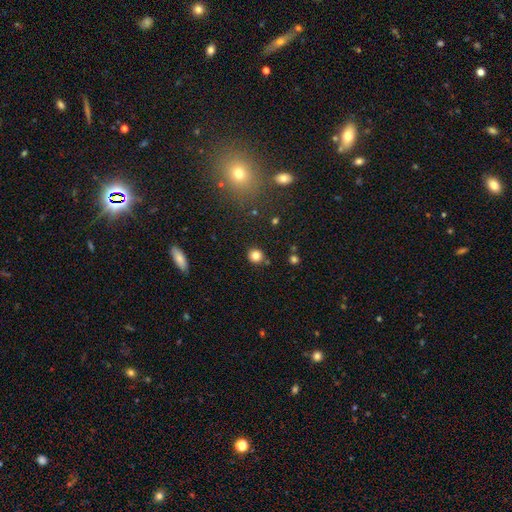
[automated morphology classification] Q: Smooth or featured?
A: smooth (83%); runner-up: star or artifact (12%)
Q: How rounded?
A: round (87%); runner-up: in between (11%)
Q: Merging?
A: none (86%); runner-up: minor disturbance (8%)